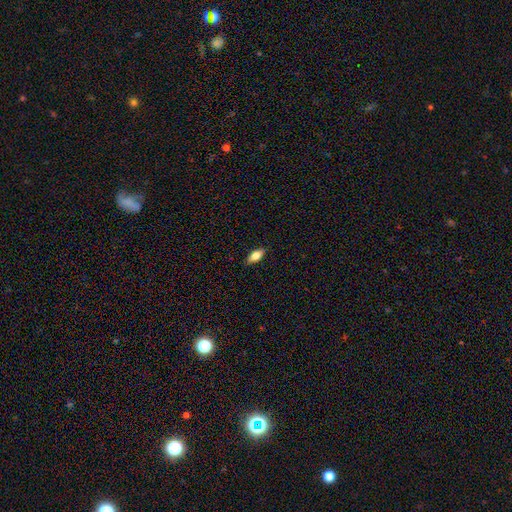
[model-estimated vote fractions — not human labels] The model was most divided on "smooth or featured": smooth: 70%, featured or disk: 23%, star or artifact: 7%. More confident: merging — none (87%); how rounded — in between (79%).